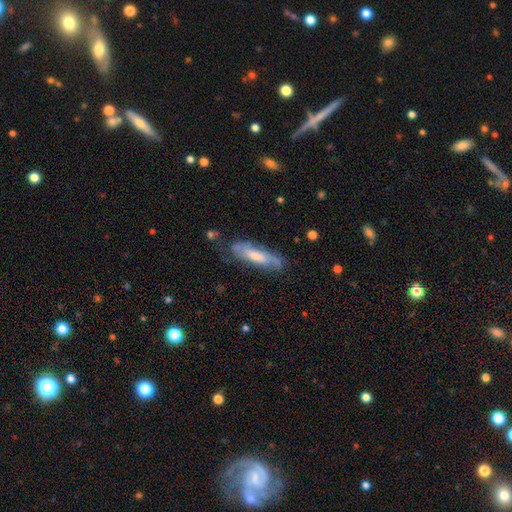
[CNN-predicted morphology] type=featured or disk (60%); edge-on=no (68%); merging=none (63%).